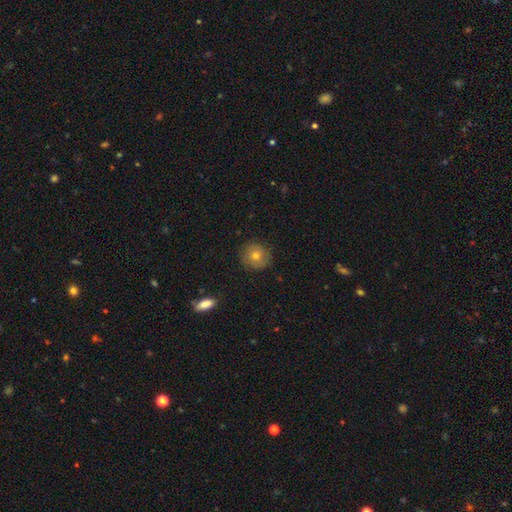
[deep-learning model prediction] smooth 64%, featured or disk 23%, star or artifact 13%. Down the decision tree: how rounded — round (91%); merging — none (87%).